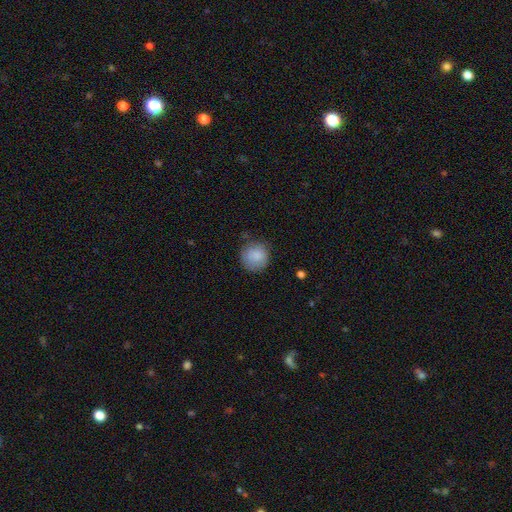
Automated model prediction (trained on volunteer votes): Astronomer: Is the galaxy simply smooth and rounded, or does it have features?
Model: smooth — 85%.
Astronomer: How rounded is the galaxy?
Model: round — 92%.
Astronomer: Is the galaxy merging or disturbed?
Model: none — 75%.